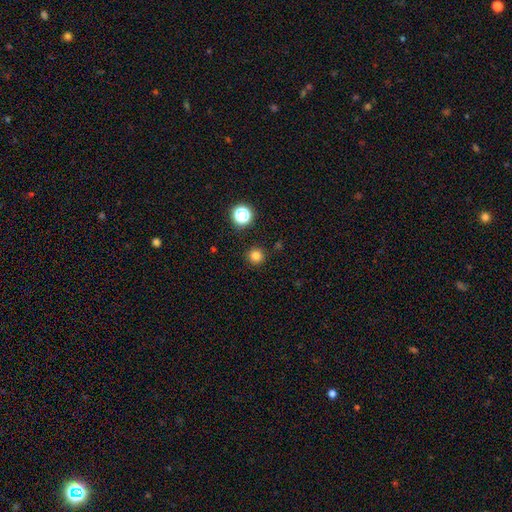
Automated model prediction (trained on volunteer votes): smooth-or-featured: smooth: 80% | star or artifact: 15% | featured or disk: 5%
  how-rounded: round: 95% | in between: 4% | cigar-shaped: 1%
  merging: none: 91% | minor disturbance: 6% | major disturbance: 2% | merger: 2%